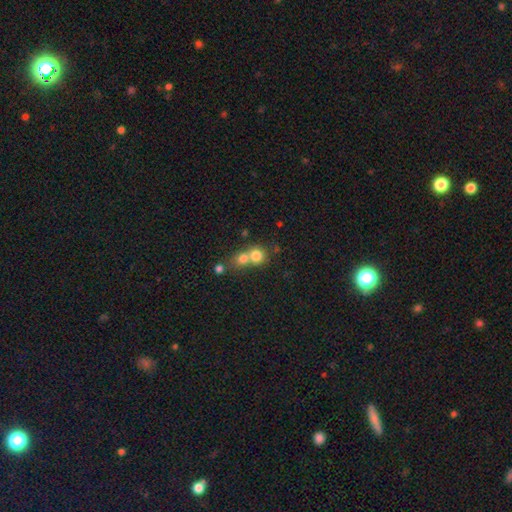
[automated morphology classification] Overall: smooth (76%). How rounded: round (83%). Merging: merger (61%; none 32%).